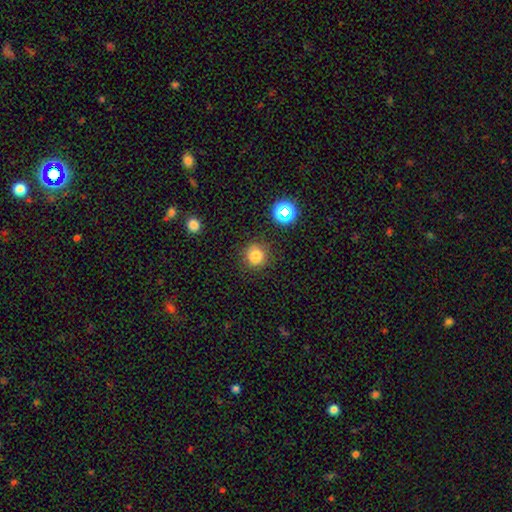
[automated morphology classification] This appears to be a smooth galaxy with no disk features (79%) that is round (91%). Merging: none (84%).